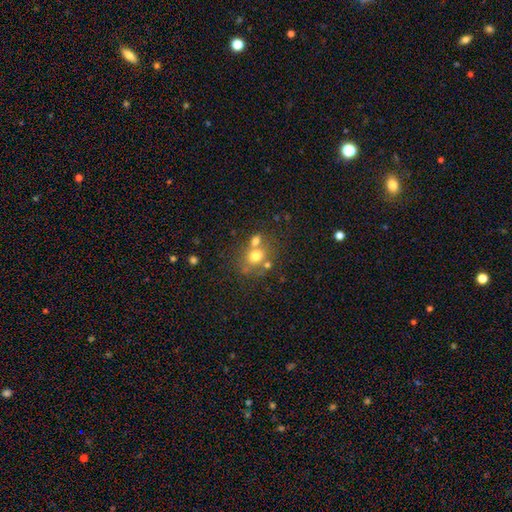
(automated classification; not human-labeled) Q: Smooth or featured?
A: smooth (70%); runner-up: featured or disk (17%)
Q: How rounded?
A: round (64%); runner-up: in between (35%)
Q: Merging?
A: none (47%); runner-up: merger (38%)